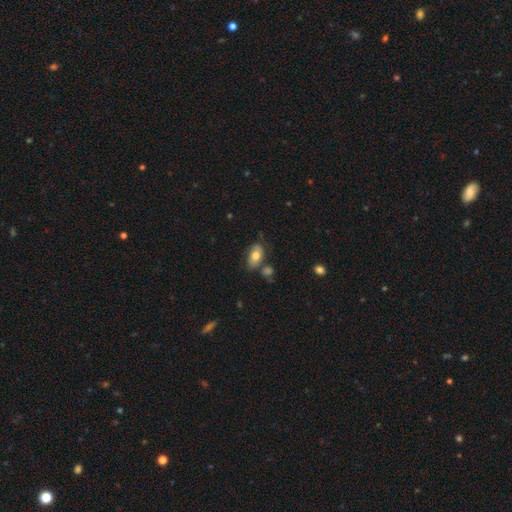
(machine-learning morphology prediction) Smooth or featured: smooth — 72% (featured or disk — 21%)
How rounded: in between — 91% (round — 6%)
Merging: none — 62% (minor disturbance — 21%)